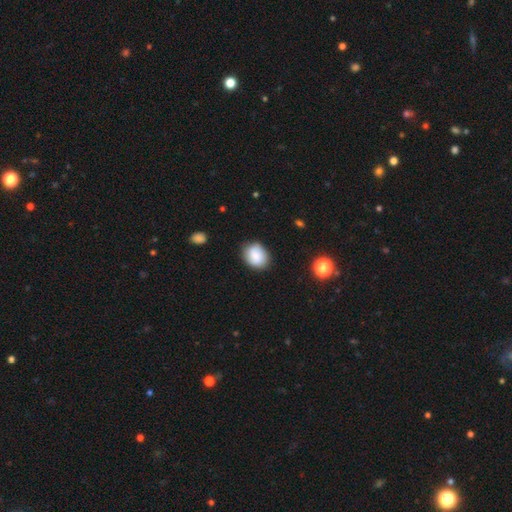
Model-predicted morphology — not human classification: smooth_or_featured: smooth (p=0.81) [alt: featured or disk p=0.11]
how_rounded: round (p=0.52) [alt: in between p=0.47]
merging: none (p=0.79) [alt: minor disturbance p=0.15]